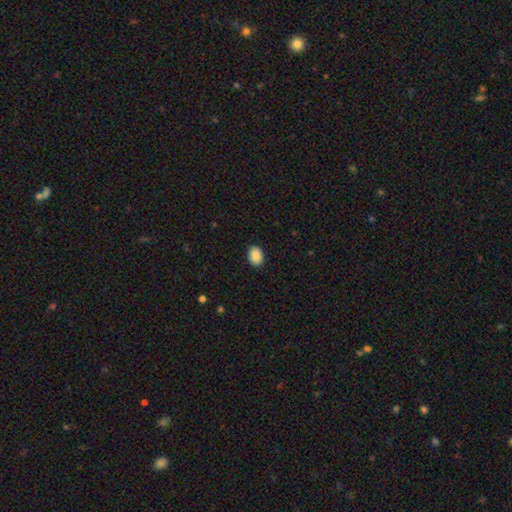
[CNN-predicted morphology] This appears to be a smooth galaxy with no disk features (88%) that is in between round and cigar-shaped (73%). Merging: none (91%).